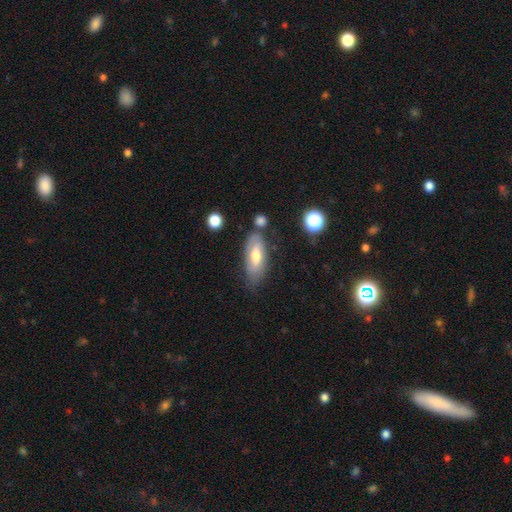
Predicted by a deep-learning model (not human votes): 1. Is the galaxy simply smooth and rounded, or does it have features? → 54% smooth, 39% featured or disk, 7% star or artifact.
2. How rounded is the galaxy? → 78% in between, 20% cigar-shaped, 3% round.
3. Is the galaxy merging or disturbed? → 66% none, 21% minor disturbance, 7% merger, 6% major disturbance.